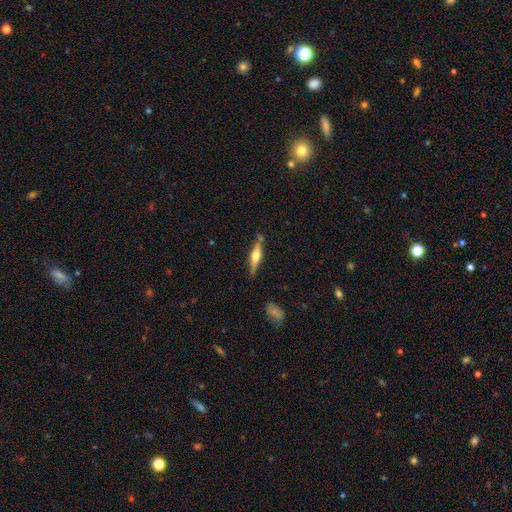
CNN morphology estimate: This appears to be a featured or disk galaxy (60%) viewed edge-on (95%) with a rounded central bulge (87%). Merging: none (79%).